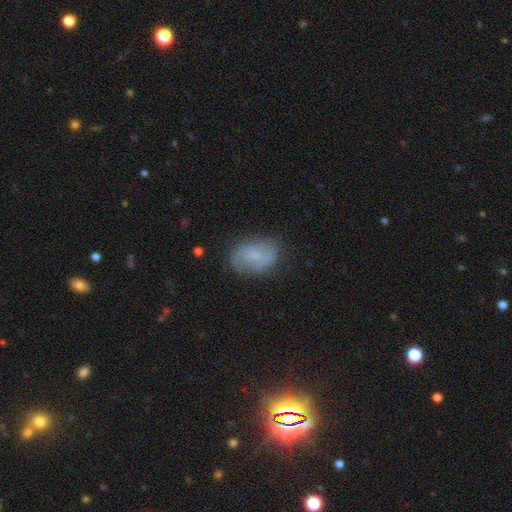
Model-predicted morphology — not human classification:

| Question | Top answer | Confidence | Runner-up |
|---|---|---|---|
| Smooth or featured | smooth | 46% | tied: featured or disk (46%) |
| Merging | none | 75% | minor disturbance (18%) |